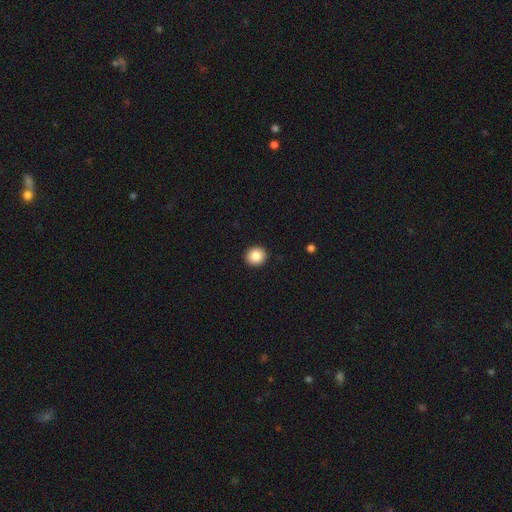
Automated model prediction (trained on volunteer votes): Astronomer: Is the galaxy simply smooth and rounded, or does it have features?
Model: smooth — 87%.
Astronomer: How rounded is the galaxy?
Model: round — 88%.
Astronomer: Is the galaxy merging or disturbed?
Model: none — 93%.